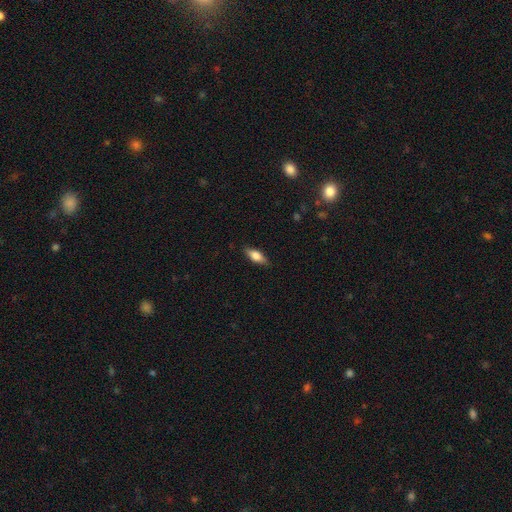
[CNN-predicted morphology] Overall: smooth (74%). How rounded: in between (78%). Merging: none (84%).